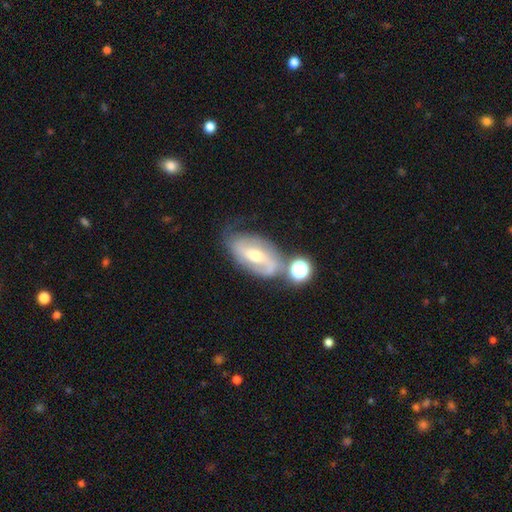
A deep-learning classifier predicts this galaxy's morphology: type=featured or disk (74%); edge-on=no (93%); bar=weak (43%); spiral arms=yes (87%); winding=medium (43%); arm count=2 (75%); bulge=moderate (63%); merging=none (57%).